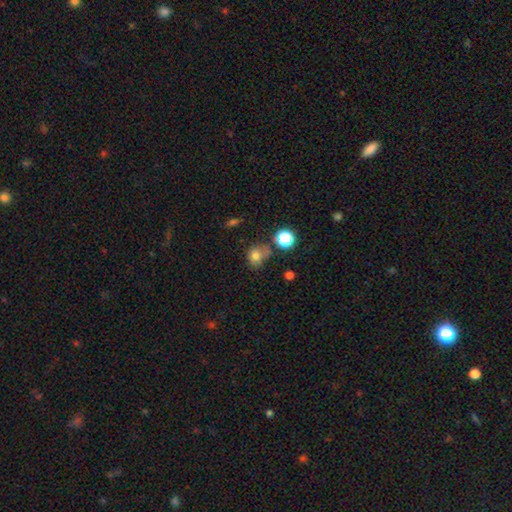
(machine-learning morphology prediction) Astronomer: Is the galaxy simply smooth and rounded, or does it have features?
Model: smooth — 74%.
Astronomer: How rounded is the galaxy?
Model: round — 67%.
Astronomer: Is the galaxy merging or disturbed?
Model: none — 49% (runner-up: minor disturbance, 27%).